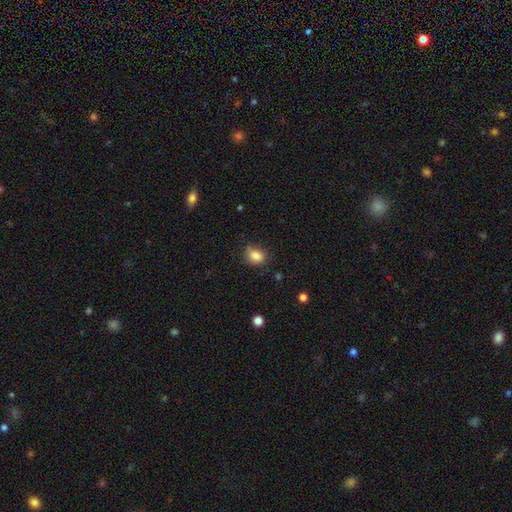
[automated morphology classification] type=smooth (85%); roundness=in between (60%); merging=none (73%).